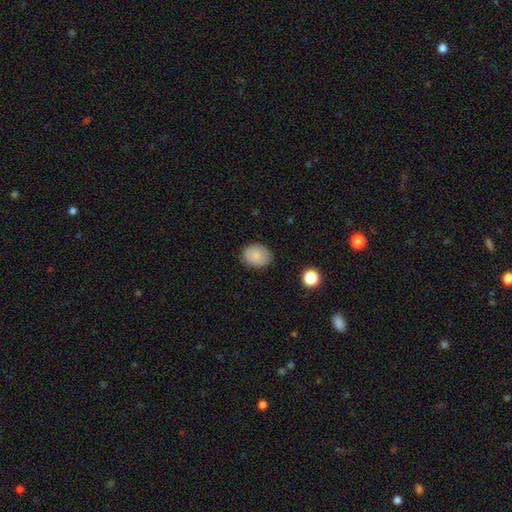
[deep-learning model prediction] Overall: smooth (84%). How rounded: in between (58%; round 41%). Merging: none (83%).